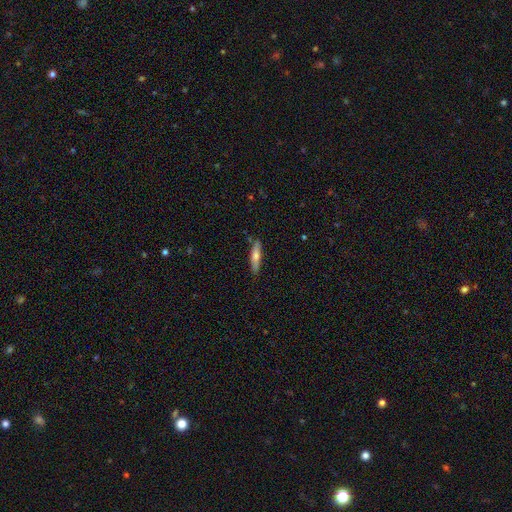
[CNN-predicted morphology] This appears to be a smooth galaxy with no disk features (57%) that is cigar-shaped (83%). Merging: none (85%).